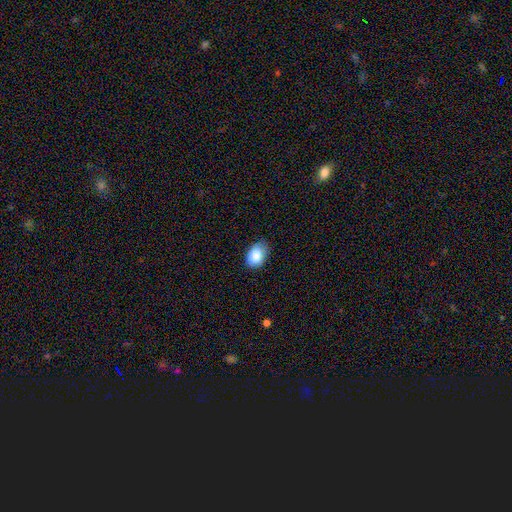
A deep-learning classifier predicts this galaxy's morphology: Smooth or featured?
  - smooth: 87% *
  - star or artifact: 7%
  - featured or disk: 6%
How rounded?
  - in between: 84% *
  - round: 15%
  - cigar-shaped: 1%
Merging?
  - none: 73% *
  - minor disturbance: 23%
  - major disturbance: 3%
  - merger: 1%